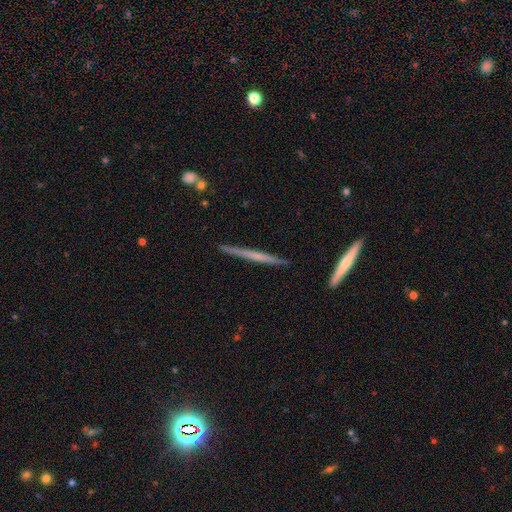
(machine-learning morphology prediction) Smooth or featured? Predicted: featured or disk (p=0.58). Edge-on disk? Predicted: yes (p=0.98). Edge-on bulge? Predicted: none (p=0.79). Merging? Predicted: none (p=0.90).